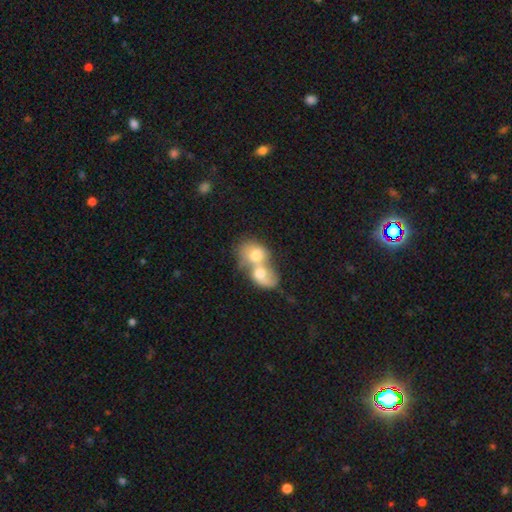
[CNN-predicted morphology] Q: Smooth or featured?
A: smooth (66%); runner-up: featured or disk (27%)
Q: How rounded?
A: round (51%); runner-up: in between (47%)
Q: Merging?
A: merger (84%); runner-up: none (9%)